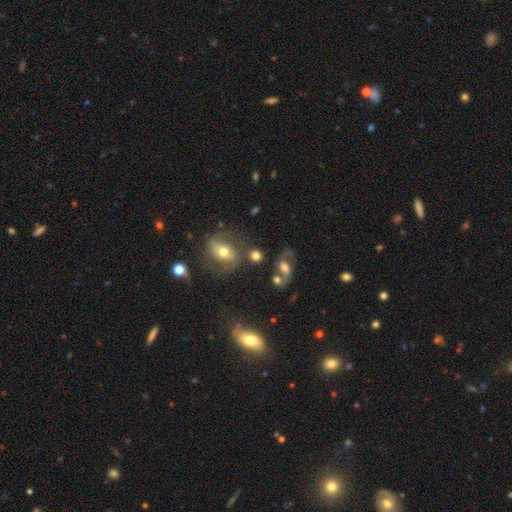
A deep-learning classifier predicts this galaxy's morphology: smooth_or_featured: smooth (p=0.56) [alt: featured or disk p=0.30]
how_rounded: round (p=0.62) [alt: in between p=0.36]
merging: none (p=0.56) [alt: merger p=0.17]